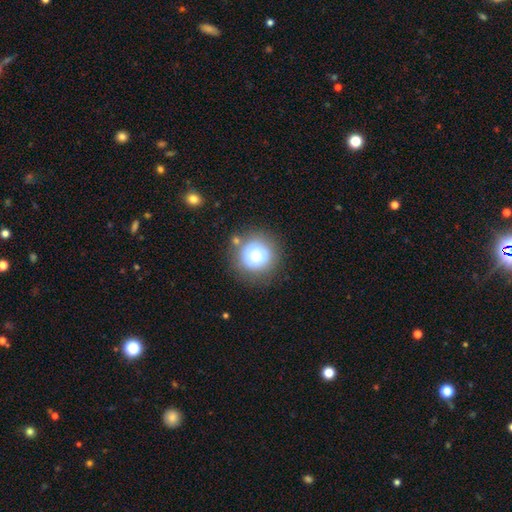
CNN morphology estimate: A smooth galaxy with no disk features (68%) that is round (94%).

Vote fractions:
- Smooth or featured? smooth: 68% / featured or disk: 21% / star or artifact: 11%
- How rounded? round: 94% / in between: 5% / cigar-shaped: 1%
- Merging? none: 77% / minor disturbance: 12% / merger: 5% / major disturbance: 5%